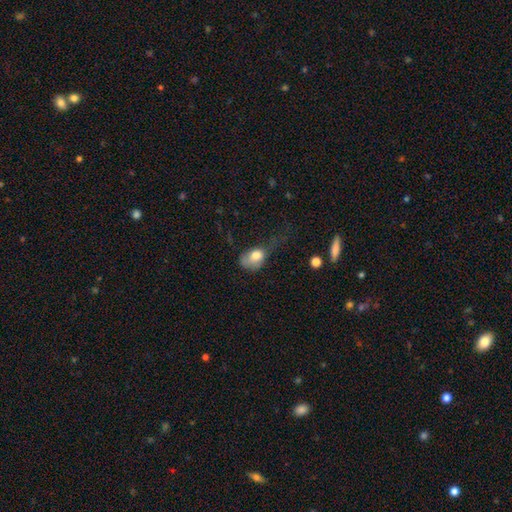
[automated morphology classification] Smooth or featured? Predicted: smooth (p=0.76). How rounded? Predicted: in between (p=0.76). Merging? Predicted: major disturbance (p=0.46).